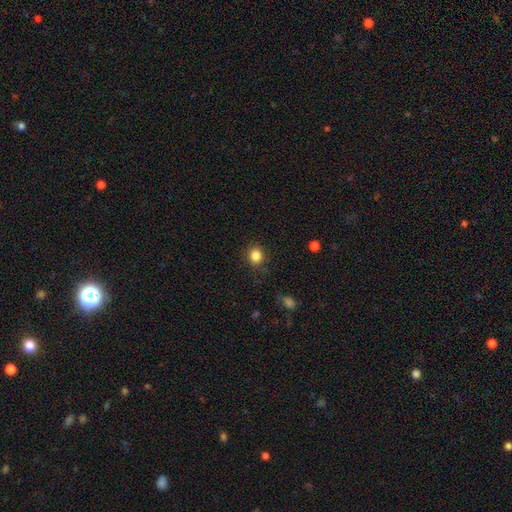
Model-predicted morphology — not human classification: This appears to be a smooth galaxy with no disk features (85%) that is round (77%). Merging: none (86%).